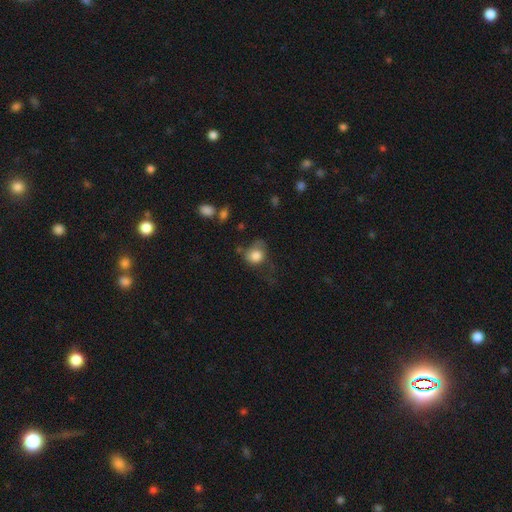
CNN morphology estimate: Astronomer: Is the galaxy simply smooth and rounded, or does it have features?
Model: smooth — 79%.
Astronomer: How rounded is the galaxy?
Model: round — 68%.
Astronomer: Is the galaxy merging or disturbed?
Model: none — 36% (runner-up: major disturbance, 30%).